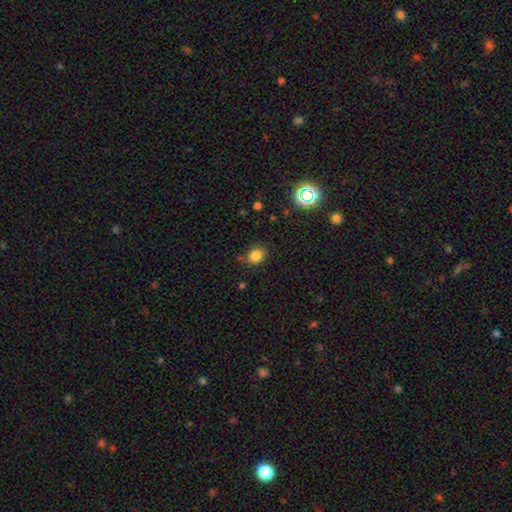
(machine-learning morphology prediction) Smooth or featured?
  - smooth: 81% *
  - star or artifact: 13%
  - featured or disk: 5%
How rounded?
  - round: 60% *
  - in between: 39%
  - cigar-shaped: 1%
Merging?
  - none: 79% *
  - minor disturbance: 14%
  - major disturbance: 4%
  - merger: 3%